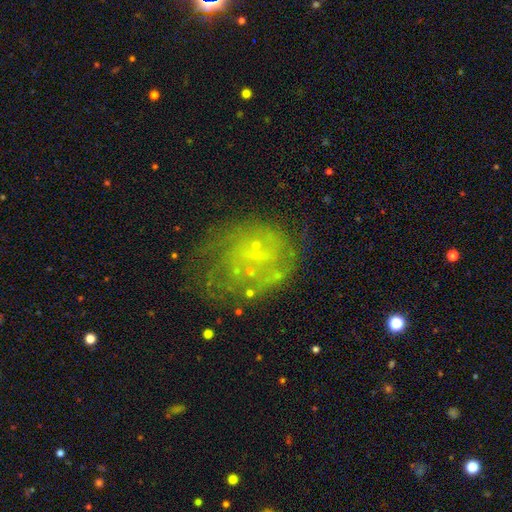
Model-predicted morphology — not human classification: Q: Smooth or featured?
A: featured or disk (60%); runner-up: smooth (23%)
Q: Edge-on disk?
A: no (98%); runner-up: yes (2%)
Q: Bar?
A: no (75%); runner-up: weak (20%)
Q: Spiral arms?
A: no (56%); runner-up: yes (44%)
Q: Bulge size?
A: small (47%); runner-up: none (43%)
Q: Merging?
A: none (50%); runner-up: major disturbance (25%)